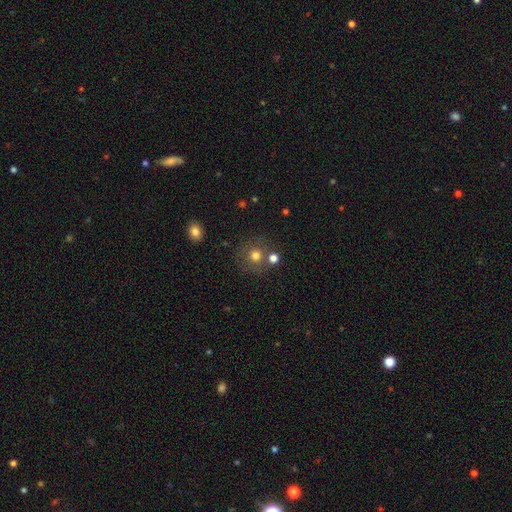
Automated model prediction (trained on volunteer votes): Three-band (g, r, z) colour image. It shows a smooth galaxy with no disk features (72%) that is round (91%). Merging: none (71%).